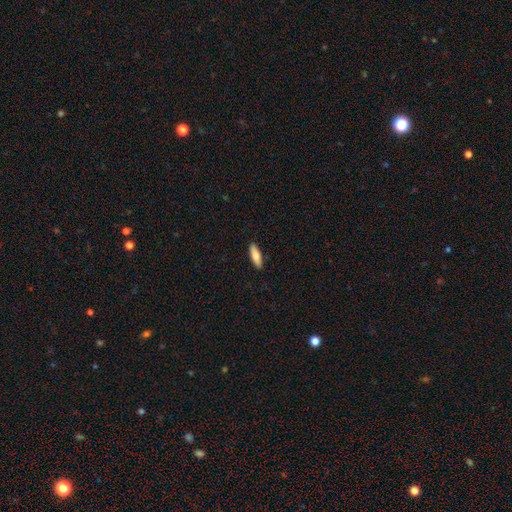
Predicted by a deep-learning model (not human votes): Smooth or featured? Predicted: smooth (p=0.80). How rounded? Predicted: cigar-shaped (p=0.50). Merging? Predicted: none (p=0.90).